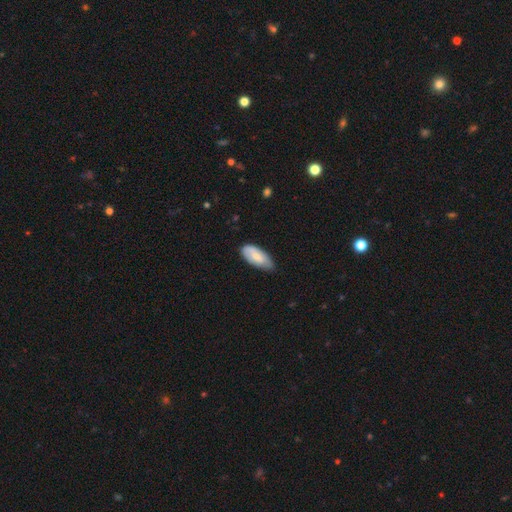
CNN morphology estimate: The model was most divided on "merging": none: 64%, minor disturbance: 30%, major disturbance: 4%, merger: 1%. More confident: how rounded — in between (90%); smooth or featured — smooth (69%).